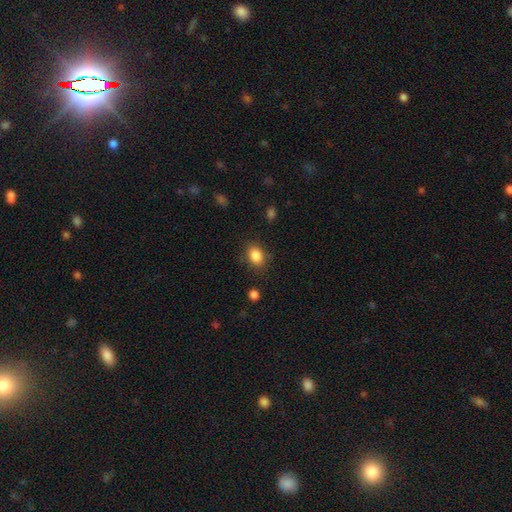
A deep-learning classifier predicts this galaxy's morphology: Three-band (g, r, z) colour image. It shows a smooth galaxy with no disk features (86%) that is in between round and cigar-shaped (68%). Merging: none (81%).